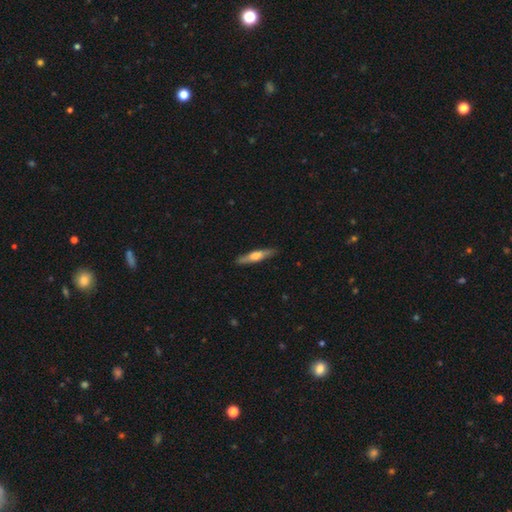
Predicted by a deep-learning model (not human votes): Q: Smooth or featured?
A: featured or disk (53%); runner-up: smooth (42%)
Q: Edge-on disk?
A: yes (93%); runner-up: no (7%)
Q: Merging?
A: none (88%); runner-up: minor disturbance (9%)